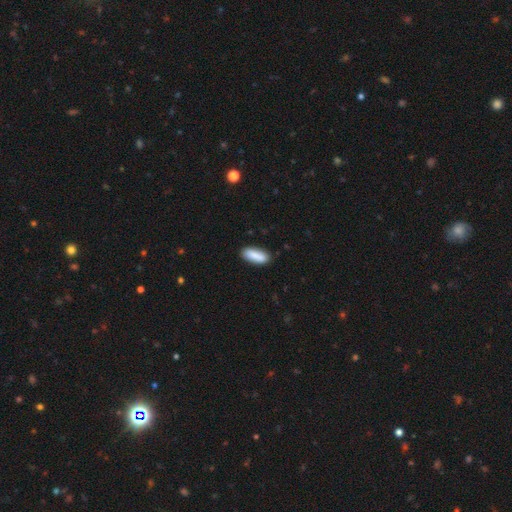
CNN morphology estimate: This is clearly a smooth galaxy (88%). How rounded: likely in between (73%). Merging: clearly none (86%).